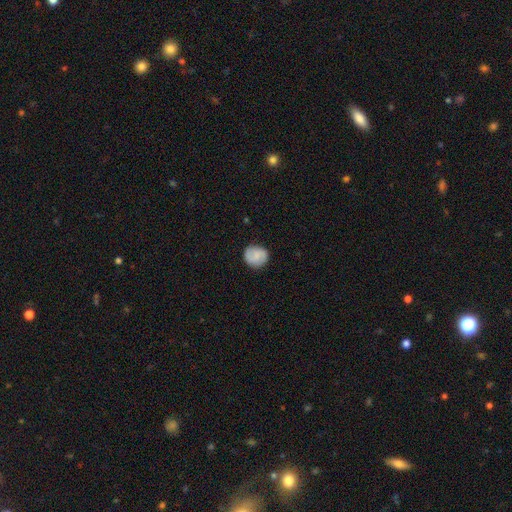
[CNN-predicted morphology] smooth_or_featured: smooth (p=0.64) [alt: featured or disk p=0.29]
how_rounded: round (p=0.85) [alt: in between p=0.14]
merging: none (p=0.87) [alt: minor disturbance p=0.10]